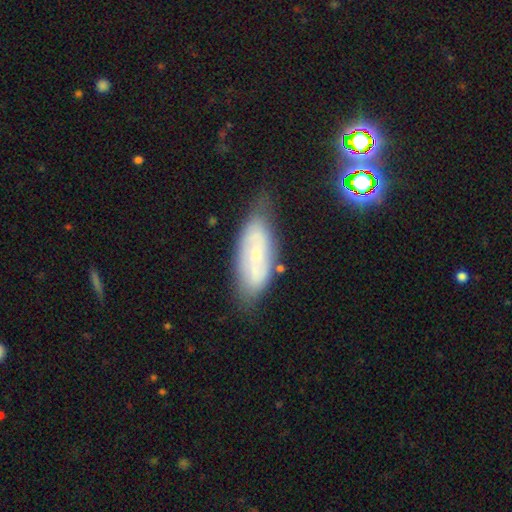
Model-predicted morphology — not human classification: type=featured or disk (52%); edge-on=no (84%); merging=none (66%).